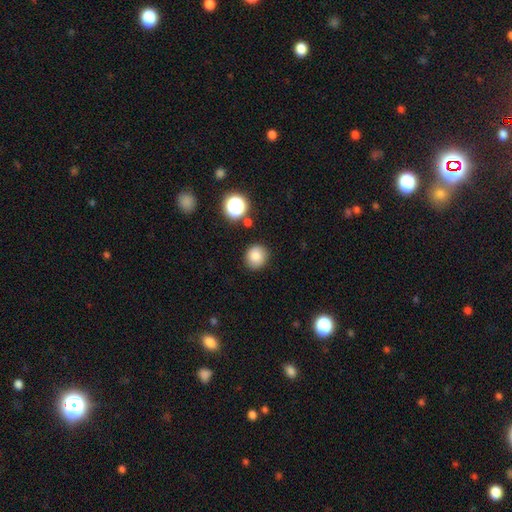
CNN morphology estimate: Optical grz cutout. It shows a smooth galaxy with no disk features (83%) that is round (82%). Merging: none (85%).